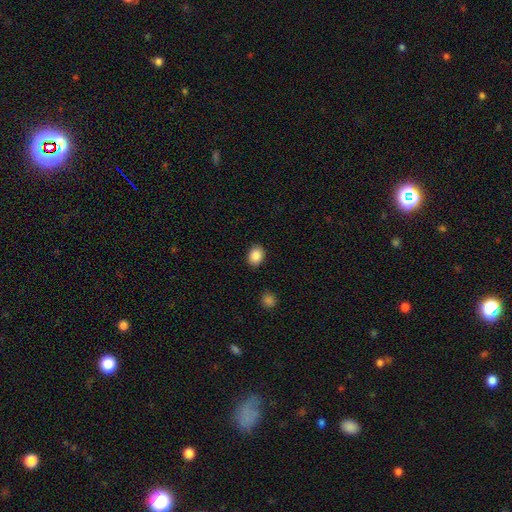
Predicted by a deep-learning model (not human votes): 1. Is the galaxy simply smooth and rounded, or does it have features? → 87% smooth, 8% star or artifact, 5% featured or disk.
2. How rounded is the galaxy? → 57% in between, 42% round, 1% cigar-shaped.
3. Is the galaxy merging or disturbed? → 89% none, 8% minor disturbance, 2% major disturbance, 2% merger.